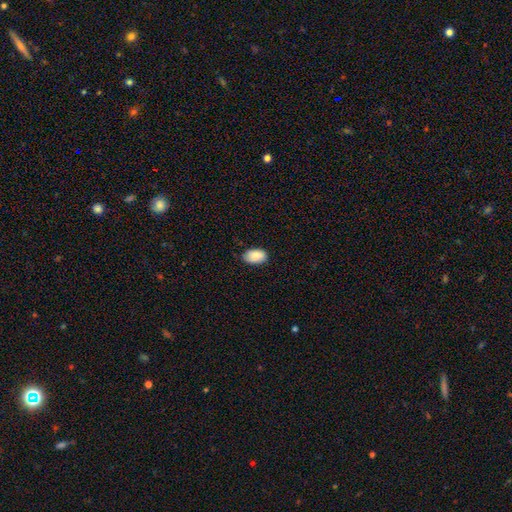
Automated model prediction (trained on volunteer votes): Morphology: type=smooth (85%); roundness=in between (92%); merging=none (82%).